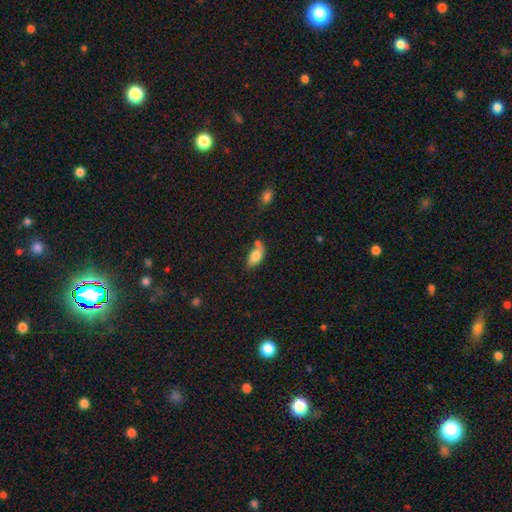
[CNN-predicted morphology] Smooth or featured: smooth — 78% (featured or disk — 14%)
How rounded: in between — 89% (cigar-shaped — 7%)
Merging: none — 50% (minor disturbance — 22%)